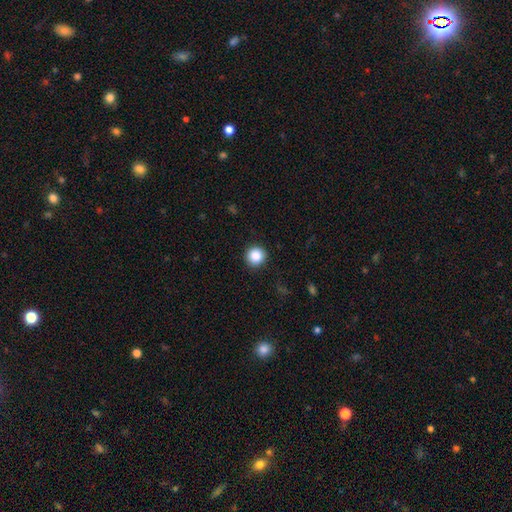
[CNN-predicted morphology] type=smooth (86%); roundness=round (94%); merging=none (92%).